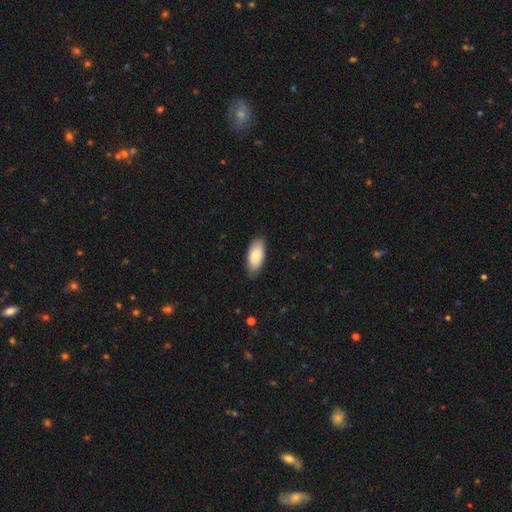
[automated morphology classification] Smooth or featured? Predicted: smooth (p=0.80). How rounded? Predicted: in between (p=0.91). Merging? Predicted: none (p=0.83).